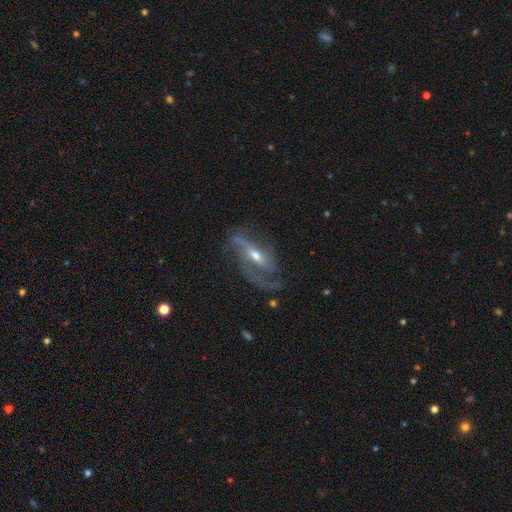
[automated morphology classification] Overall: featured or disk (83%). Edge-on disk: no (88%). Bar: weak (37%; no 33%). Spiral arms: yes (91%). Spiral arm count: 2 (64%). Spiral winding: loose (49%; medium 36%). Bulge size: moderate (62%; small 32%). Merging: none (51%; major disturbance 25%).